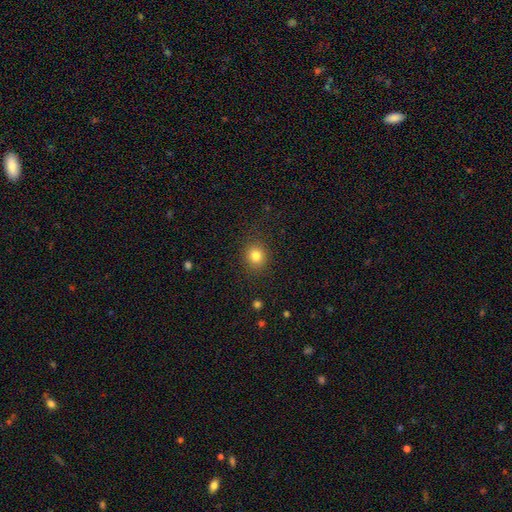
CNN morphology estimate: A smooth galaxy with no disk features (82%) that is round (82%).

Vote fractions:
- Smooth or featured? smooth: 82% / star or artifact: 12% / featured or disk: 7%
- How rounded? round: 82% / in between: 18% / cigar-shaped: 1%
- Merging? none: 87% / minor disturbance: 8% / major disturbance: 3% / merger: 1%